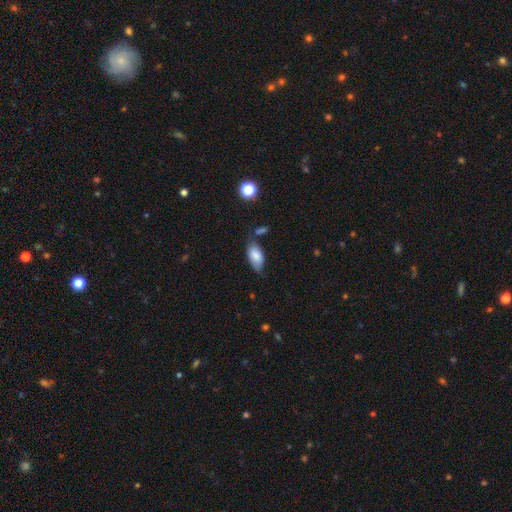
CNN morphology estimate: The model was most divided on "merging": none: 64%, minor disturbance: 23%, merger: 7%, major disturbance: 6%. More confident: how rounded — in between (92%); smooth or featured — smooth (81%).